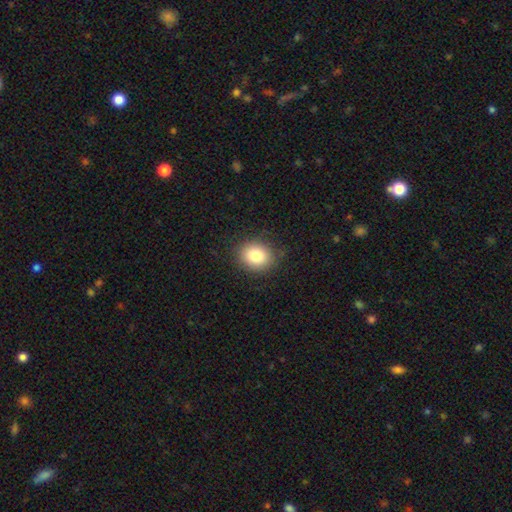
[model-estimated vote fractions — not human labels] A smooth galaxy with no disk features (83%) that is round (63%).

Vote fractions:
- Smooth or featured? smooth: 83% / star or artifact: 9% / featured or disk: 7%
- How rounded? round: 63% / in between: 36% / cigar-shaped: 1%
- Merging? none: 86% / minor disturbance: 10% / major disturbance: 3% / merger: 1%